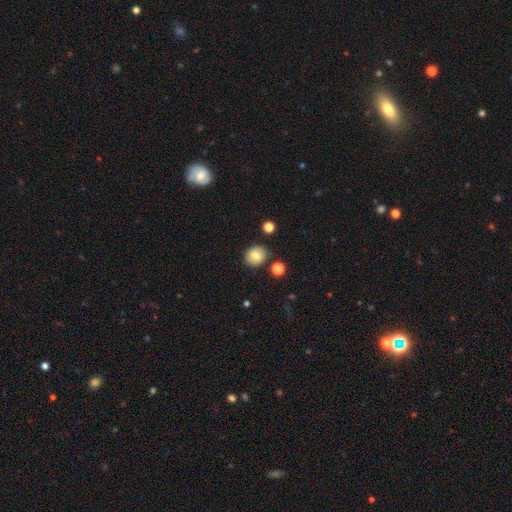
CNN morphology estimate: Overall: smooth (74%). How rounded: round (80%). Merging: none (83%).